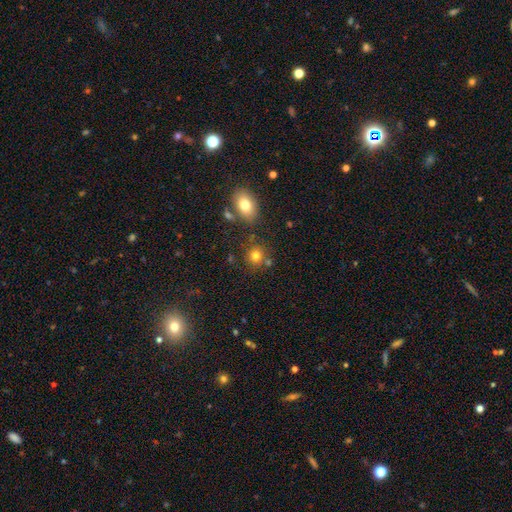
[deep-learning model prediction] smooth_or_featured: smooth (p=0.78) [alt: star or artifact p=0.14]
how_rounded: round (p=0.80) [alt: in between p=0.18]
merging: none (p=0.74) [alt: merger p=0.12]